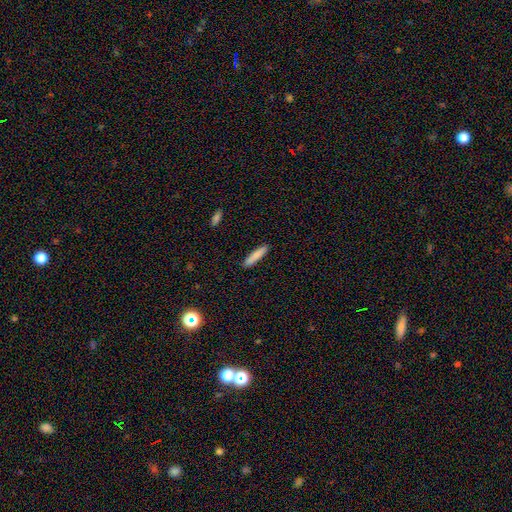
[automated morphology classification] type=smooth (84%); roundness=cigar-shaped (87%); merging=none (90%).